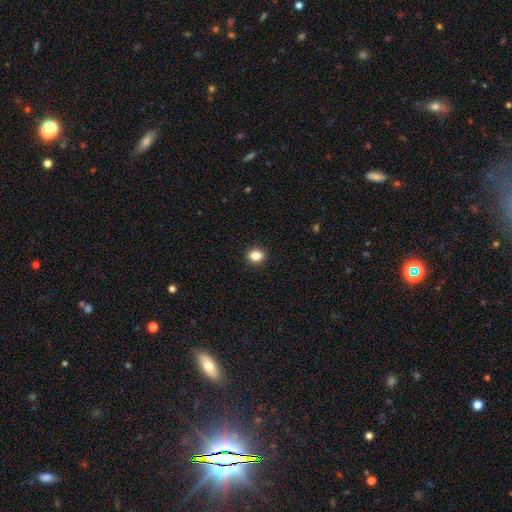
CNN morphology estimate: A smooth galaxy with no disk features (85%) that is round (52%). Merging: none (91%).